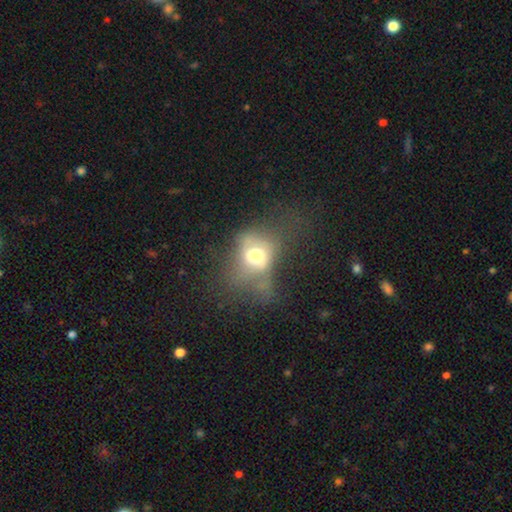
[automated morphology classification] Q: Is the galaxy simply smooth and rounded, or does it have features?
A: smooth — 52%.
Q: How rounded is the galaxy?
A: in between — 50%.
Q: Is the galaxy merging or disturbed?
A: major disturbance — 43%.